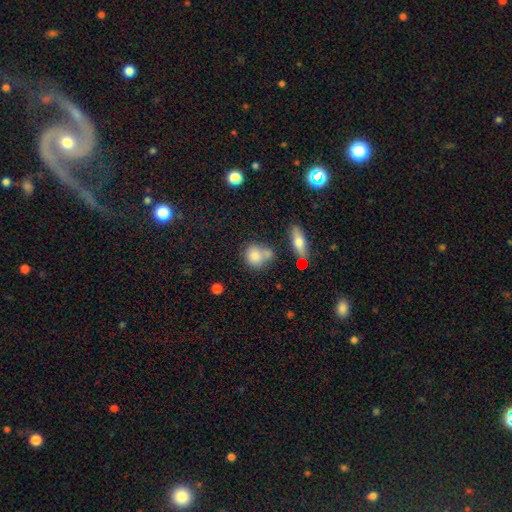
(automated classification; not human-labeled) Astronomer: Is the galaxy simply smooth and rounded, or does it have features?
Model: smooth — 81%.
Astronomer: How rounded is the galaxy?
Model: round — 65%.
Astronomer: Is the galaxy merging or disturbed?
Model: none — 45% (runner-up: merger, 34%).